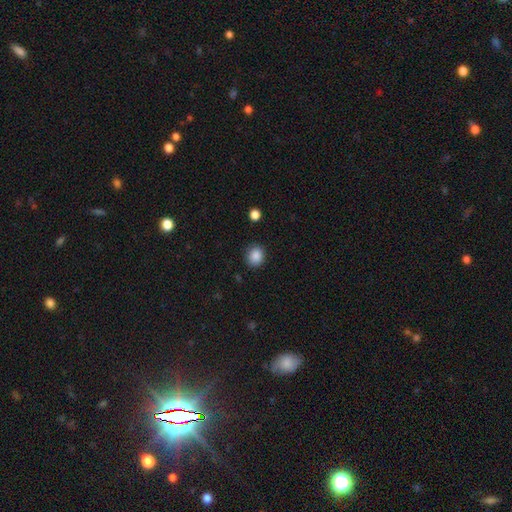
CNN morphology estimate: Smooth or featured? Predicted: smooth (p=0.87). How rounded? Predicted: round (p=0.71). Merging? Predicted: none (p=0.87).